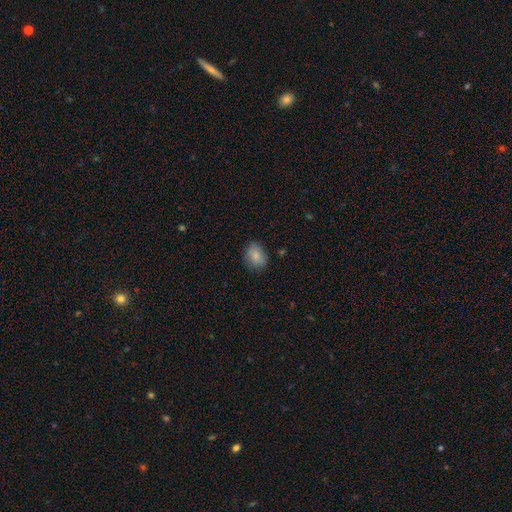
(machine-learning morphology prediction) Smooth or featured? Predicted: smooth (p=0.85). How rounded? Predicted: in between (p=0.53). Merging? Predicted: none (p=0.79).